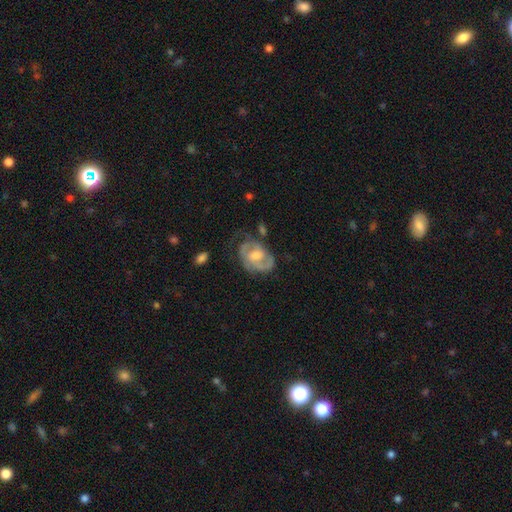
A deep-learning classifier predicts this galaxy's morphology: Overall: featured or disk (74%). Edge-on disk: no (97%). Bar: no (49%; weak 42%). Spiral arms: yes (83%). Spiral arm count: 2 (61%). Spiral winding: medium (44%; tight 40%). Bulge size: moderate (55%; large 19%). Merging: none (53%; minor disturbance 26%).